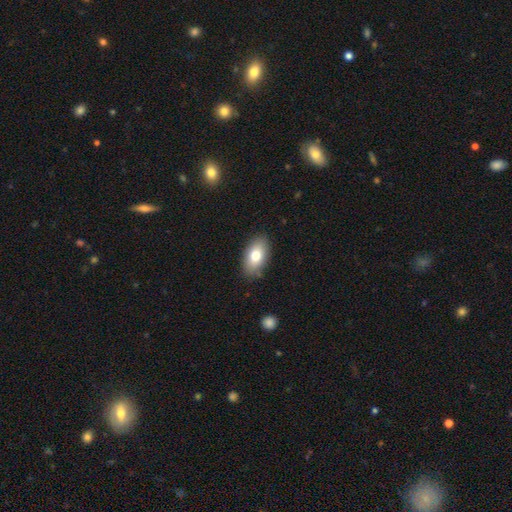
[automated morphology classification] This is likely a smooth galaxy (77%). How rounded: clearly in between (92%). Merging: clearly none (85%).